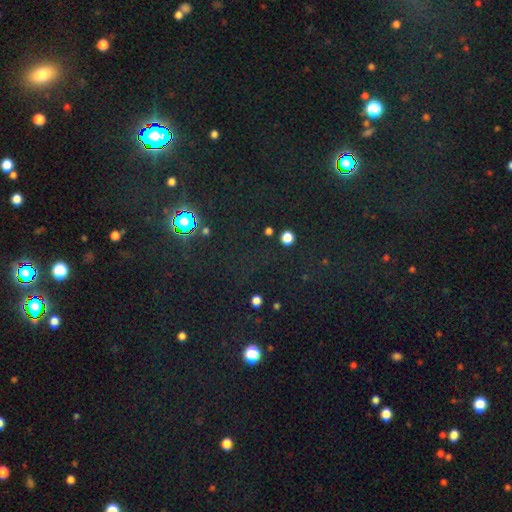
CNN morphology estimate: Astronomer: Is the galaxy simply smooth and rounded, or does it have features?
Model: star or artifact — 79%.